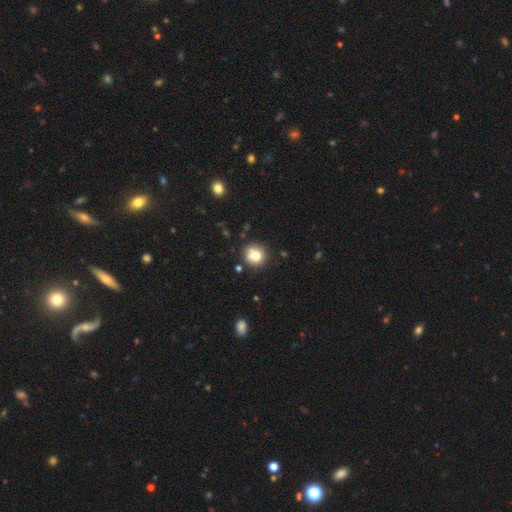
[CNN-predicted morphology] A smooth galaxy with no disk features (75%) that is round (90%). Merging: none (70%).